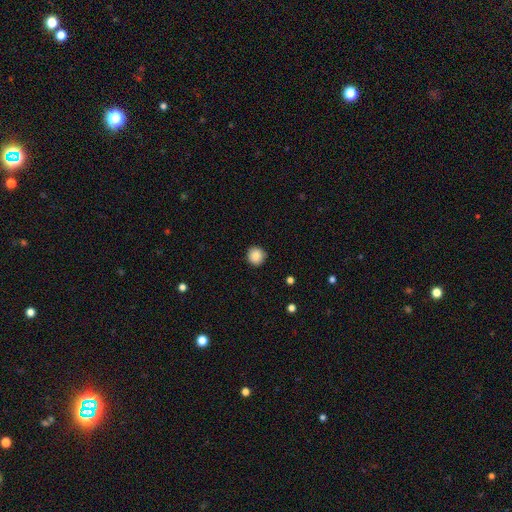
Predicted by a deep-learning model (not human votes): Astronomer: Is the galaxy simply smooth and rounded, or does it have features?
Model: smooth — 87%.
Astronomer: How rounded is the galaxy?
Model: round — 95%.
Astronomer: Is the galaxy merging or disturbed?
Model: none — 92%.